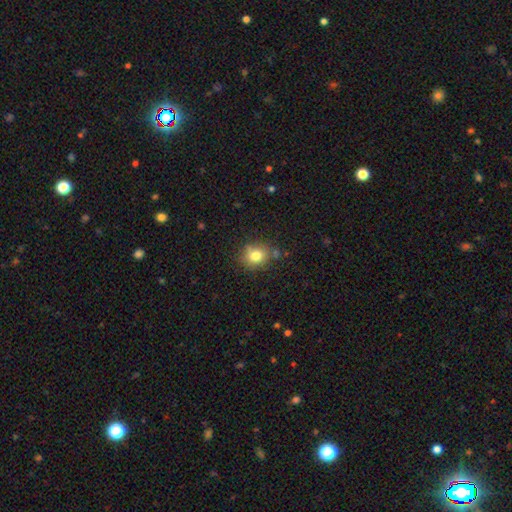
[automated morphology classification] The model was most divided on "how rounded": round: 68%, in between: 31%, cigar-shaped: 1%. More confident: smooth or featured — smooth (78%); merging — none (73%).